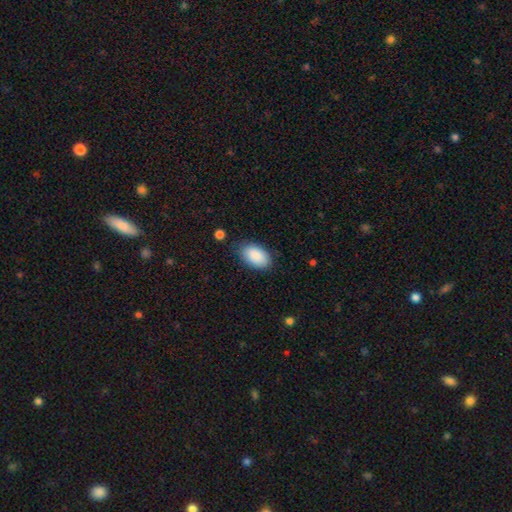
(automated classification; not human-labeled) The model was most divided on "merging": none: 81%, minor disturbance: 14%, major disturbance: 3%, merger: 2%. More confident: how rounded — in between (94%); smooth or featured — smooth (90%).